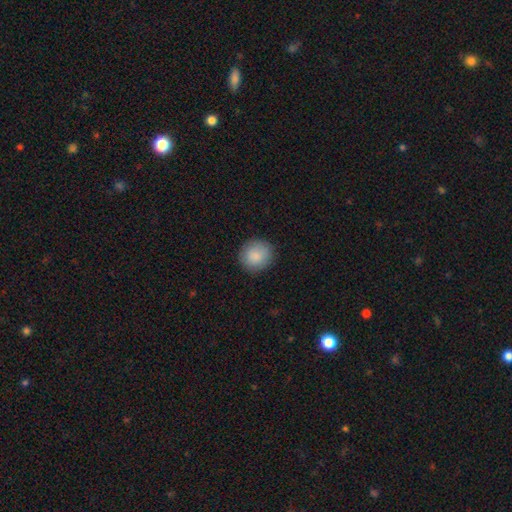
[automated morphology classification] Smooth or featured? smooth (88%)
How rounded? round (91%)
Merging? none (89%)